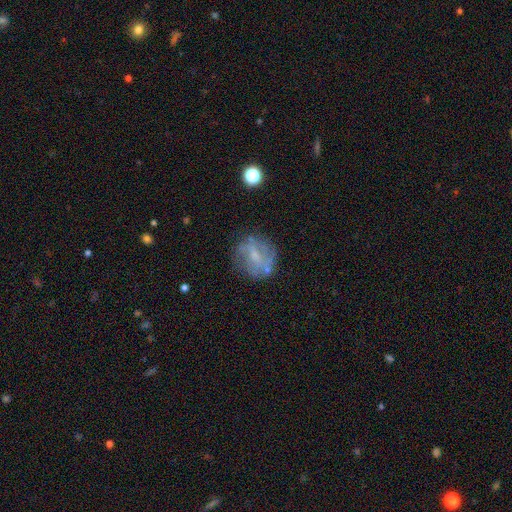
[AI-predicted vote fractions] This appears to be a featured or disk galaxy (56%) with a weak bar (46%), spiral arms (56%) and a small central bulge (42%). Merging: none (64%).